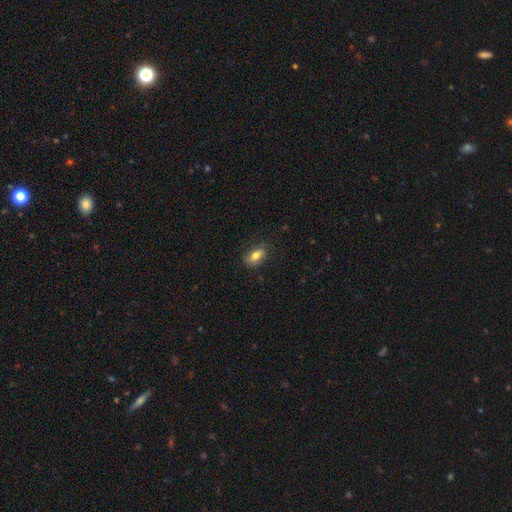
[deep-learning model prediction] smooth-or-featured: smooth: 77% | featured or disk: 14% | star or artifact: 9%
  how-rounded: in between: 85% | round: 10% | cigar-shaped: 4%
  merging: none: 73% | minor disturbance: 21% | major disturbance: 5% | merger: 1%